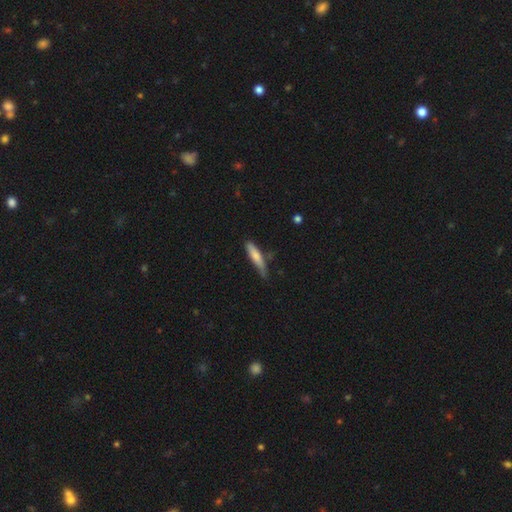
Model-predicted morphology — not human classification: smooth 74%, featured or disk 20%, star or artifact 6%. Down the decision tree: how rounded — cigar-shaped (84%); merging — none (57%).